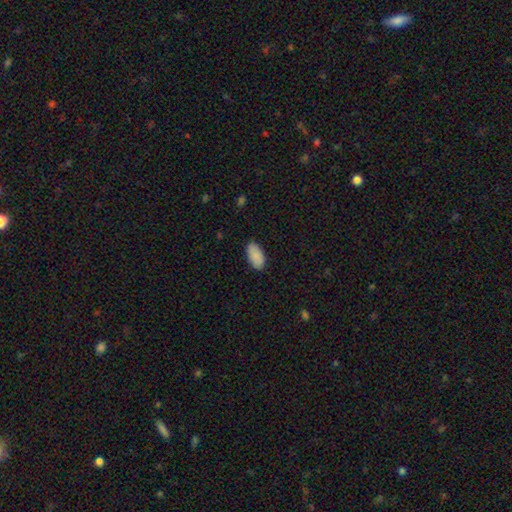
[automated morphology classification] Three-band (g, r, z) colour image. It shows a smooth galaxy with no disk features (89%) that is in between round and cigar-shaped (94%). Merging: none (85%).